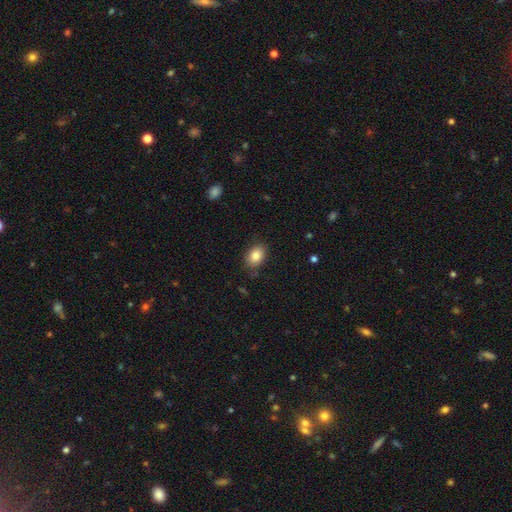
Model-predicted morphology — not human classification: This appears to be a smooth galaxy with no disk features (85%) that is in between round and cigar-shaped (77%). Merging: none (84%).